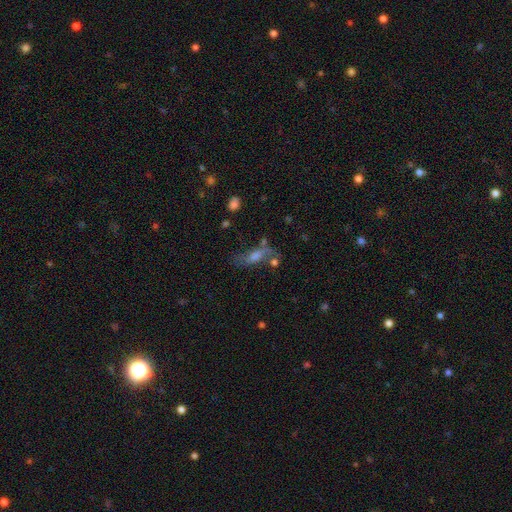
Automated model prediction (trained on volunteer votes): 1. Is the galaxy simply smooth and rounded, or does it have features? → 50% featured or disk, 35% smooth, 16% star or artifact.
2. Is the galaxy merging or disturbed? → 49% none, 20% minor disturbance, 17% major disturbance, 15% merger.